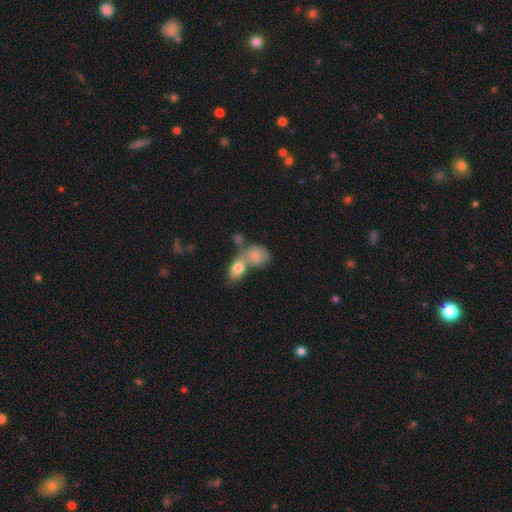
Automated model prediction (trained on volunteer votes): A smooth galaxy with no disk features (76%) that is in between round and cigar-shaped (61%). Merging: merger (60%).